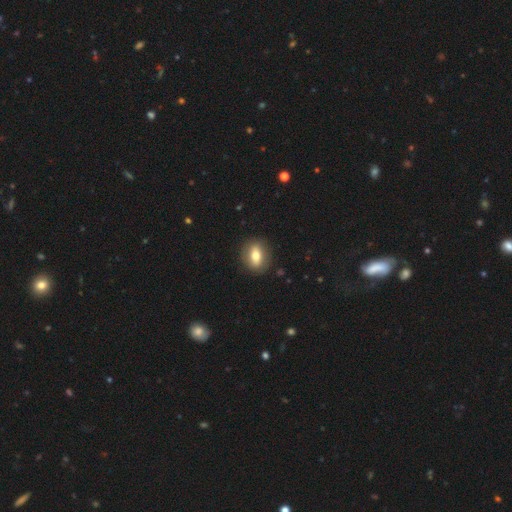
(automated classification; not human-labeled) Smooth or featured: smooth — 68% (featured or disk — 24%)
How rounded: in between — 62% (round — 34%)
Merging: none — 88% (minor disturbance — 9%)